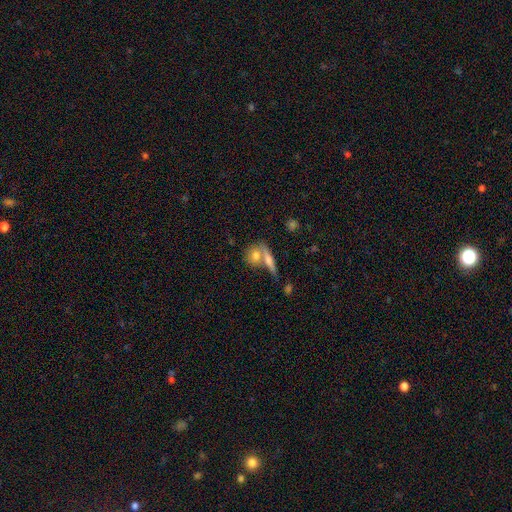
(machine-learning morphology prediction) A smooth galaxy with no disk features (68%) that is round (49%). Merging: none (46%).